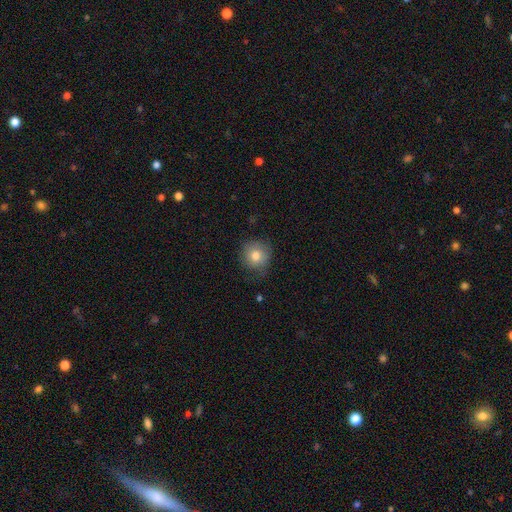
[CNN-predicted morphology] smooth_or_featured: smooth (p=0.80) [alt: featured or disk p=0.11]
how_rounded: round (p=0.92) [alt: in between p=0.07]
merging: none (p=0.74) [alt: minor disturbance p=0.20]